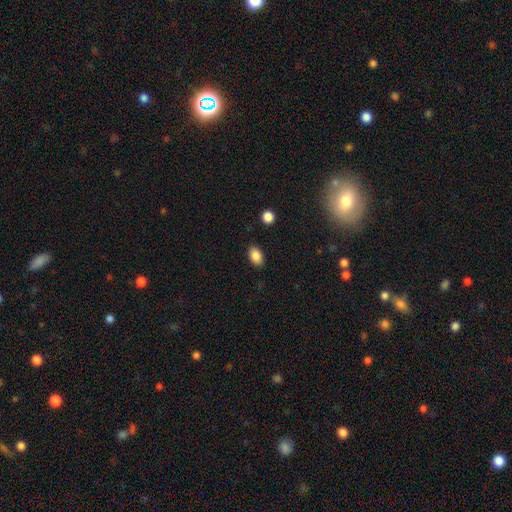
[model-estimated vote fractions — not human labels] smooth-or-featured: smooth: 86% | star or artifact: 9% | featured or disk: 5%
  how-rounded: in between: 85% | round: 14% | cigar-shaped: 1%
  merging: none: 86% | minor disturbance: 9% | major disturbance: 2% | merger: 2%